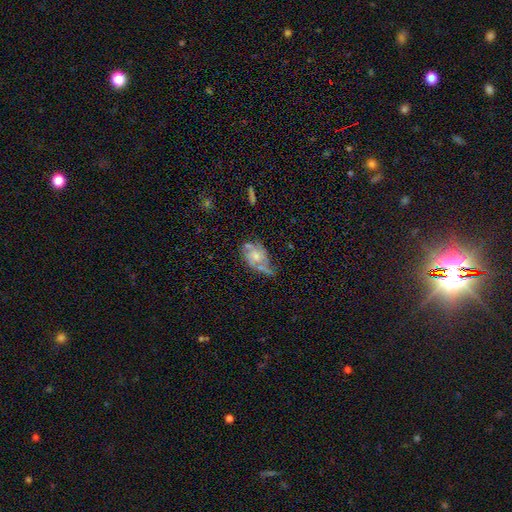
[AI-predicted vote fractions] A featured or disk galaxy (71%) with no bar (70%), 2 (41%) medium (45%) spiral arms (83%) and a small central bulge (43%). Merging: none (42%).